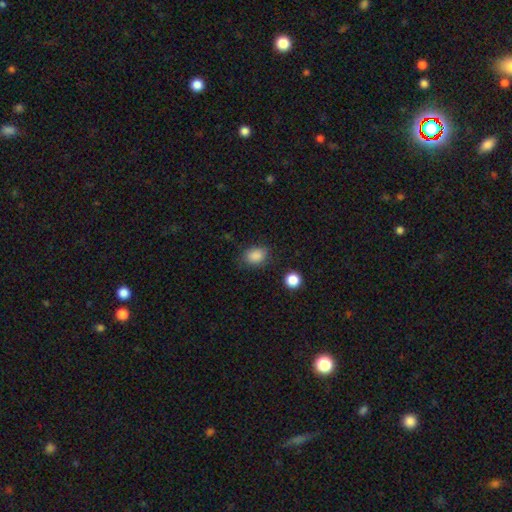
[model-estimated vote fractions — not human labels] Smooth or featured? smooth (87%)
How rounded? in between (61%)
Merging? none (78%)